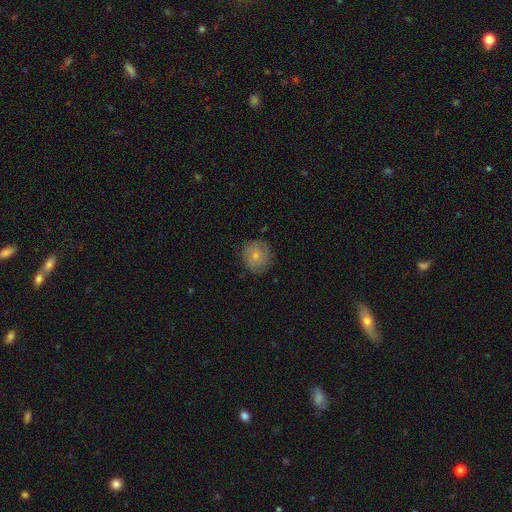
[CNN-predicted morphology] This appears to be a smooth galaxy with no disk features (67%) that is round (87%). Merging: none (79%).